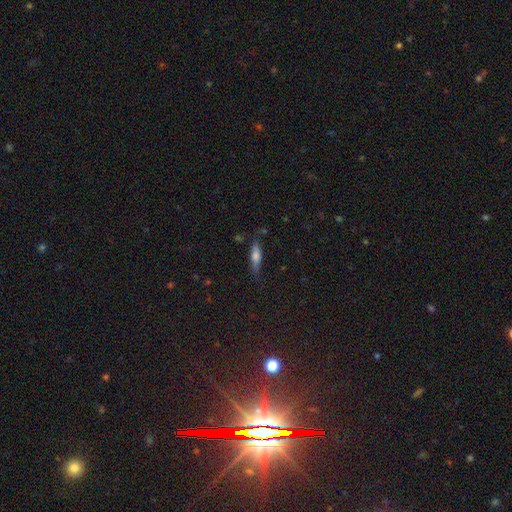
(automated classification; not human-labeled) Smooth or featured? Predicted: smooth (p=0.53). How rounded? Predicted: cigar-shaped (p=0.74). Merging? Predicted: none (p=0.76).